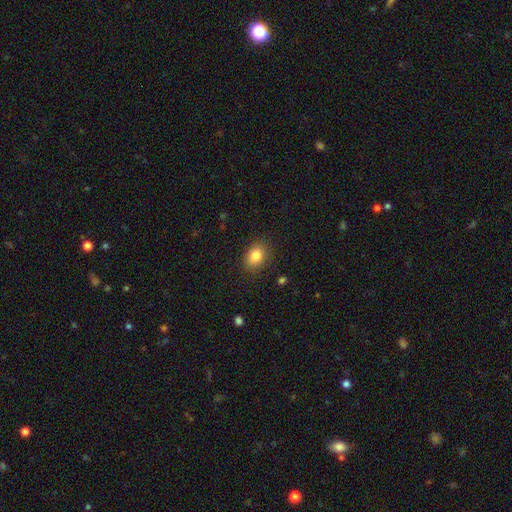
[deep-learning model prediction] A smooth galaxy with no disk features (84%) that is in between round and cigar-shaped (66%).

Vote fractions:
- Smooth or featured? smooth: 84% / star or artifact: 9% / featured or disk: 7%
- How rounded? in between: 66% / round: 33% / cigar-shaped: 1%
- Merging? none: 84% / minor disturbance: 11% / major disturbance: 3% / merger: 1%